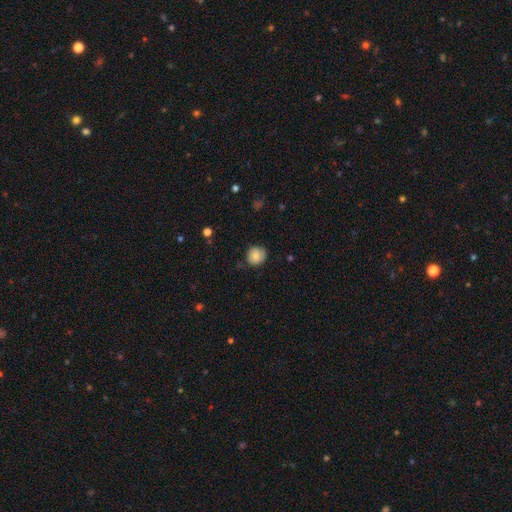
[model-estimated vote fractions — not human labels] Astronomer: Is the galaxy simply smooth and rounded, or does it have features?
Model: smooth — 77%.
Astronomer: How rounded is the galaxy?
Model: round — 83%.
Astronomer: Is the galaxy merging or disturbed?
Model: none — 71%.